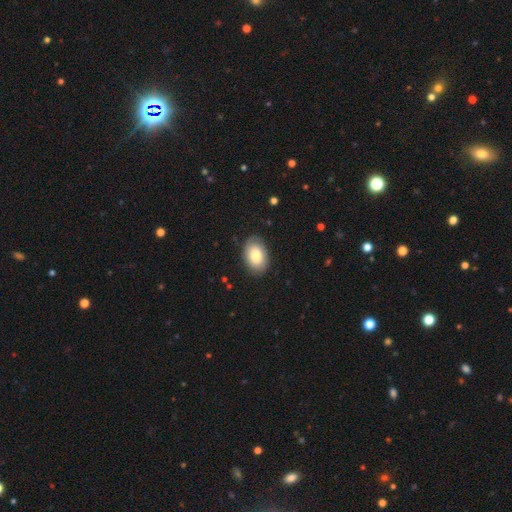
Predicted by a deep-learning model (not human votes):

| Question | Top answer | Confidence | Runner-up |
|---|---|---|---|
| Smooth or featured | smooth | 75% | featured or disk (18%) |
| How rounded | in between | 88% | round (11%) |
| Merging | none | 83% | minor disturbance (13%) |